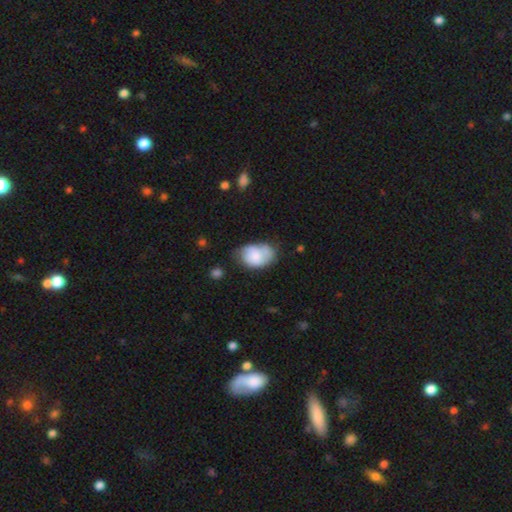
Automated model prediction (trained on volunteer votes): Morphology: type=smooth (70%); roundness=in between (82%); merging=none (41%).